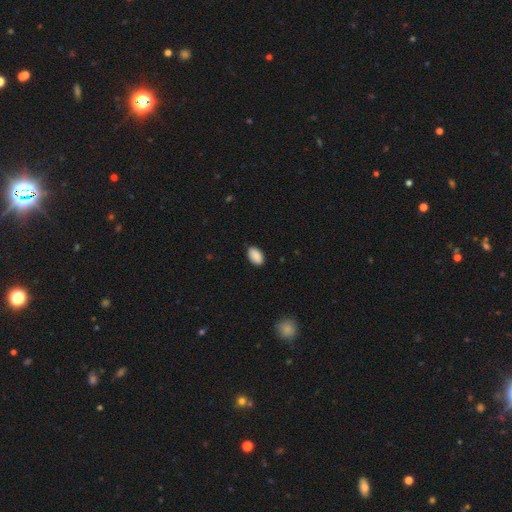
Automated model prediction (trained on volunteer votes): smooth-or-featured: smooth: 90% | star or artifact: 7% | featured or disk: 3%
  how-rounded: in between: 93% | round: 5% | cigar-shaped: 1%
  merging: none: 85% | minor disturbance: 12% | major disturbance: 2% | merger: 1%